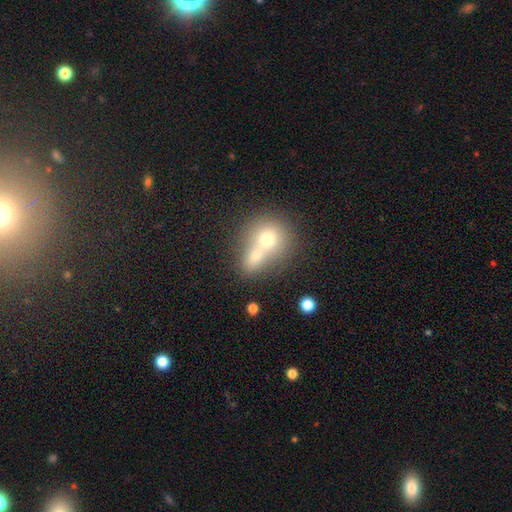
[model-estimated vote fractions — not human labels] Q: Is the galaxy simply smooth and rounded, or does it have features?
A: smooth — 69%.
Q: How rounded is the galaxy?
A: round — 59%.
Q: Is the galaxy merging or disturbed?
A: merger — 67%.